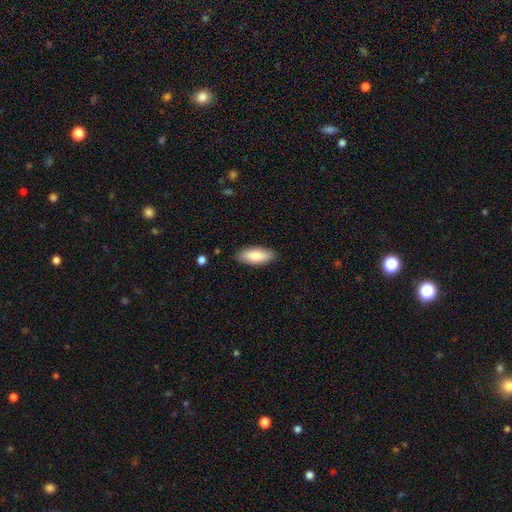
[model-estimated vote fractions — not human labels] smooth-or-featured: smooth: 82% | featured or disk: 13% | star or artifact: 6%
  how-rounded: in between: 78% | cigar-shaped: 20% | round: 2%
  merging: none: 87% | minor disturbance: 10% | major disturbance: 2% | merger: 1%